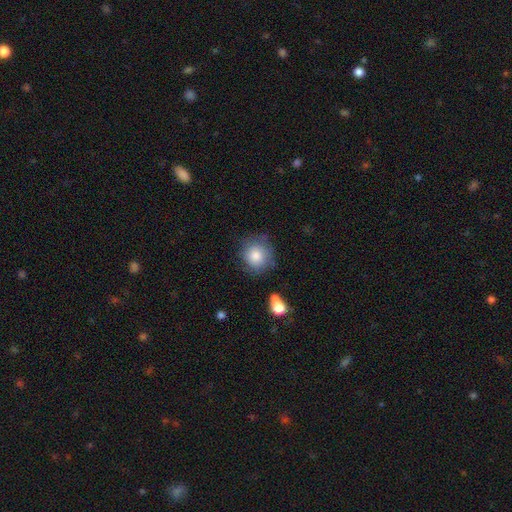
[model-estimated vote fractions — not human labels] This appears to be a smooth galaxy with no disk features (82%) that is round (87%). Merging: none (72%).